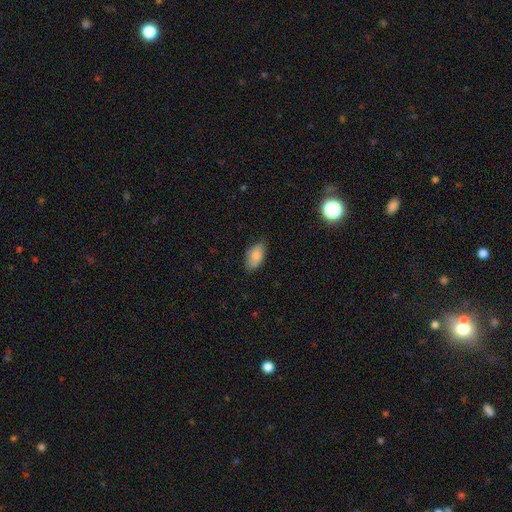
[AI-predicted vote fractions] This is clearly a smooth galaxy (83%). How rounded: clearly in between (93%). Merging: likely none (77%).